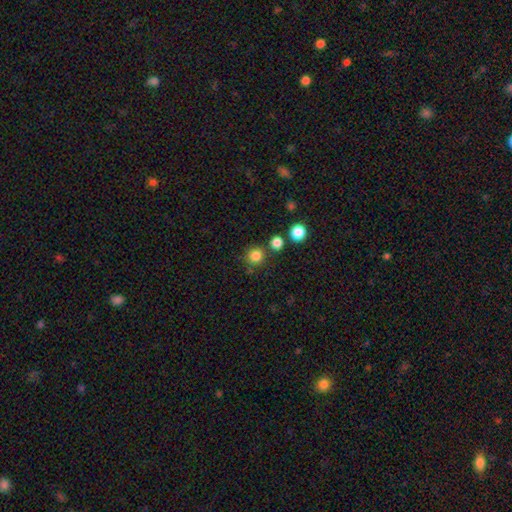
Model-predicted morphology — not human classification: Smooth or featured: smooth — 82% (star or artifact — 13%)
How rounded: round — 93% (in between — 6%)
Merging: none — 80% (merger — 10%)